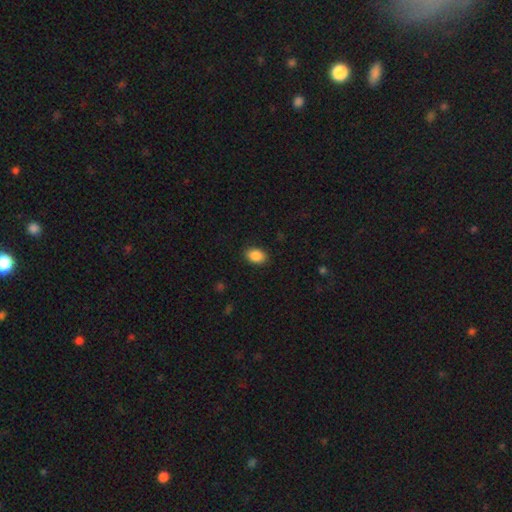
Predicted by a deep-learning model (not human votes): Overall: smooth (89%). How rounded: in between (78%). Merging: none (87%).